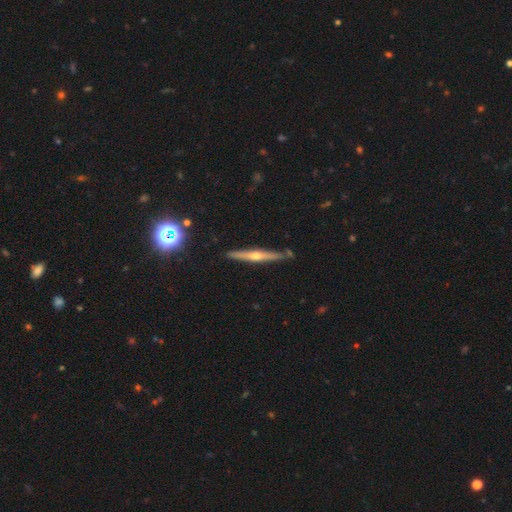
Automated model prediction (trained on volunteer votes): Smooth or featured? Predicted: featured or disk (p=0.74). Edge-on disk? Predicted: yes (p=0.97). Edge-on bulge? Predicted: rounded (p=0.89). Merging? Predicted: none (p=0.87).